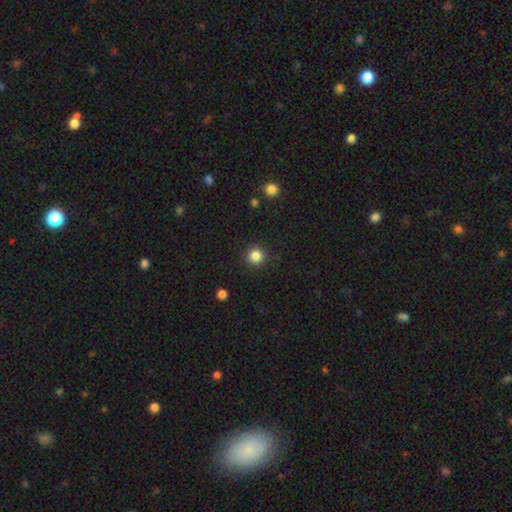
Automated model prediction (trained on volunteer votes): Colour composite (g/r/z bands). It shows a smooth galaxy with no disk features (84%) that is round (94%). Merging: none (91%).